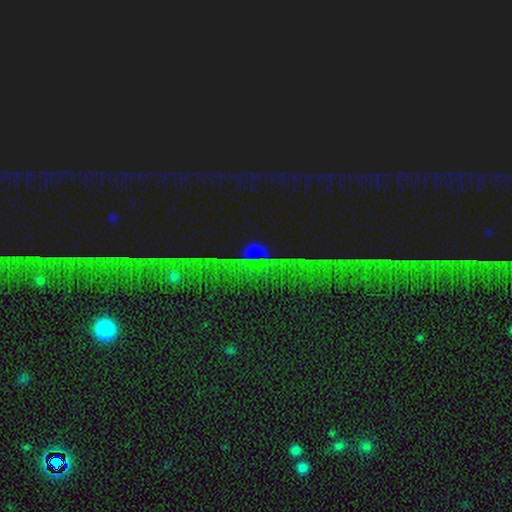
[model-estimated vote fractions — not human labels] This is likely a star or artifact rather than a galaxy (67%).